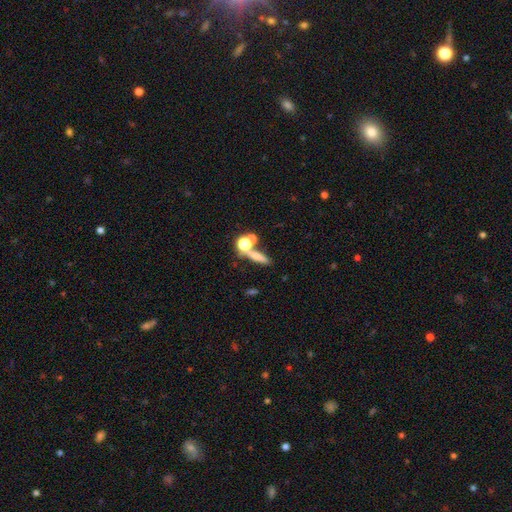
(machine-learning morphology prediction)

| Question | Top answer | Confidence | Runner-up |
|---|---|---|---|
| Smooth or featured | smooth | 59% | featured or disk (22%) |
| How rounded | cigar-shaped | 47% | in between (29%) |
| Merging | none | 50% | merger (32%) |